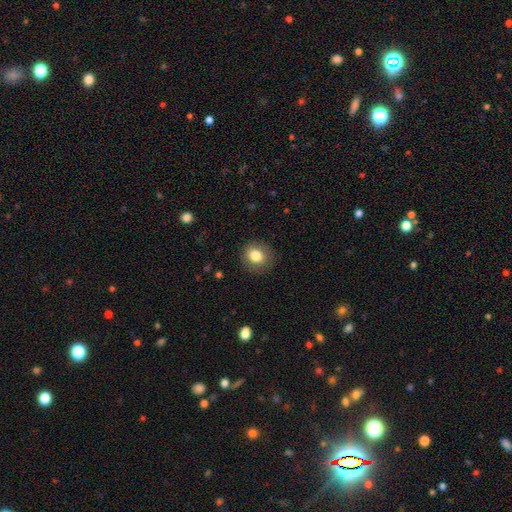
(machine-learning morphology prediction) smooth 82%, star or artifact 9%, featured or disk 8%. Down the decision tree: how rounded — round (80%); merging — none (86%).